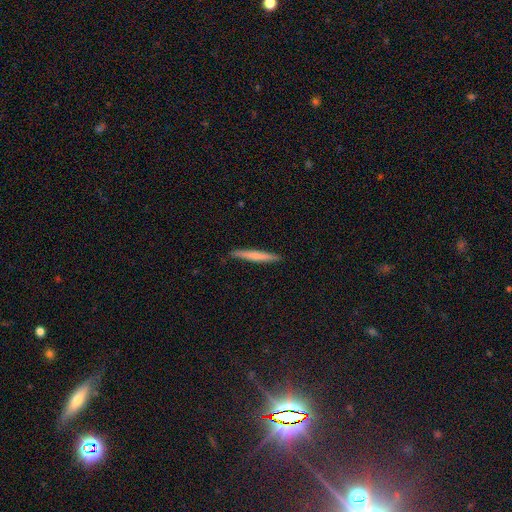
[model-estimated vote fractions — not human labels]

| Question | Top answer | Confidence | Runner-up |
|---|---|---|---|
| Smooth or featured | smooth | 62% | featured or disk (33%) |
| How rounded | cigar-shaped | 96% | in between (3%) |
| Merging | none | 90% | minor disturbance (8%) |